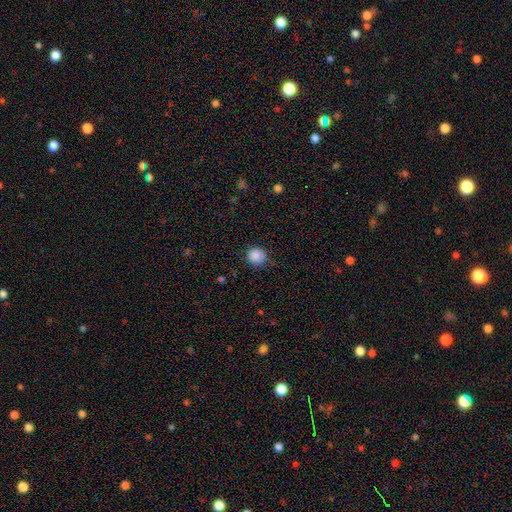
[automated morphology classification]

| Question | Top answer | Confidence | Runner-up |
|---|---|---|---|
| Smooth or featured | smooth | 87% | star or artifact (10%) |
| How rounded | round | 89% | in between (10%) |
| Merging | none | 77% | minor disturbance (18%) |